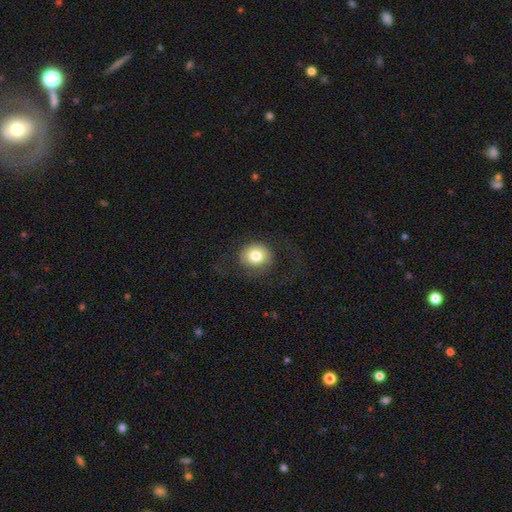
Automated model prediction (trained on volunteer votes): This is likely a smooth galaxy (74%). How rounded: likely round (80%). Merging: likely none (65%).